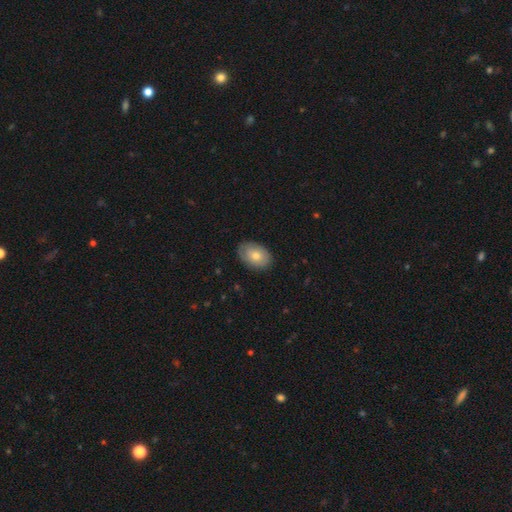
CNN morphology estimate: This is likely a smooth galaxy (69%). How rounded: clearly in between (86%). Merging: clearly none (84%).